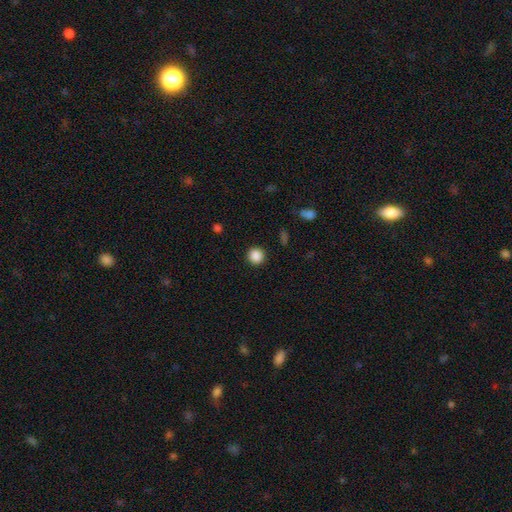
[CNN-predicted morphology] Smooth or featured?
  - smooth: 87% *
  - star or artifact: 10%
  - featured or disk: 3%
How rounded?
  - round: 94% *
  - in between: 5%
  - cigar-shaped: 1%
Merging?
  - none: 92% *
  - minor disturbance: 5%
  - major disturbance: 2%
  - merger: 1%